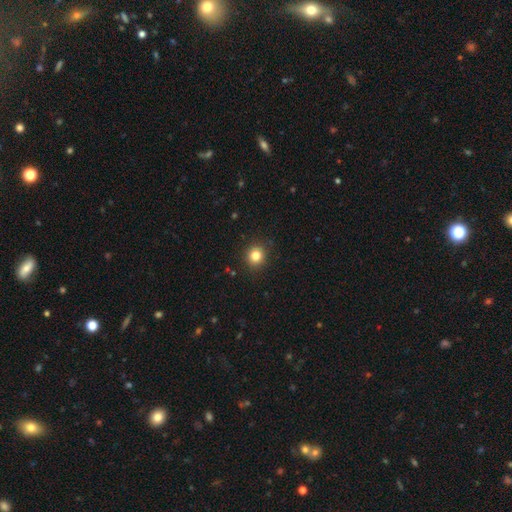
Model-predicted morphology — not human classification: smooth_or_featured: smooth (p=0.82) [alt: star or artifact p=0.12]
how_rounded: round (p=0.88) [alt: in between p=0.11]
merging: none (p=0.91) [alt: minor disturbance p=0.06]